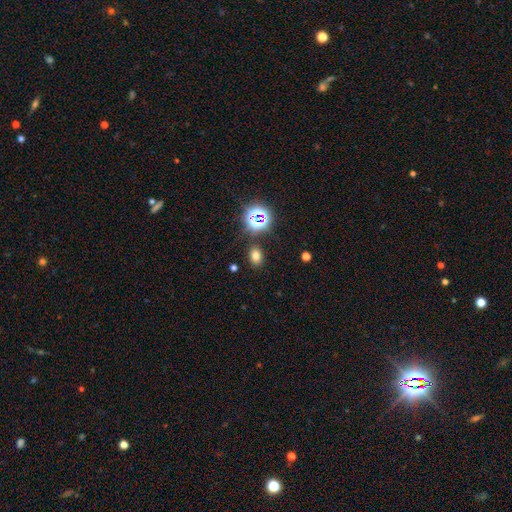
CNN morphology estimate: Smooth or featured?
  - smooth: 70% *
  - star or artifact: 23%
  - featured or disk: 7%
How rounded?
  - in between: 66% *
  - round: 33%
  - cigar-shaped: 1%
Merging?
  - none: 84% *
  - minor disturbance: 9%
  - merger: 3%
  - major disturbance: 3%